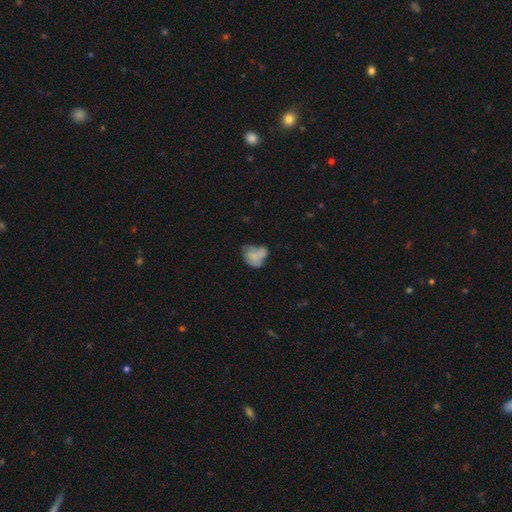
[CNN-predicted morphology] type=smooth (51%); roundness=in between (56%); merging=none (33%, tied with minor disturbance).